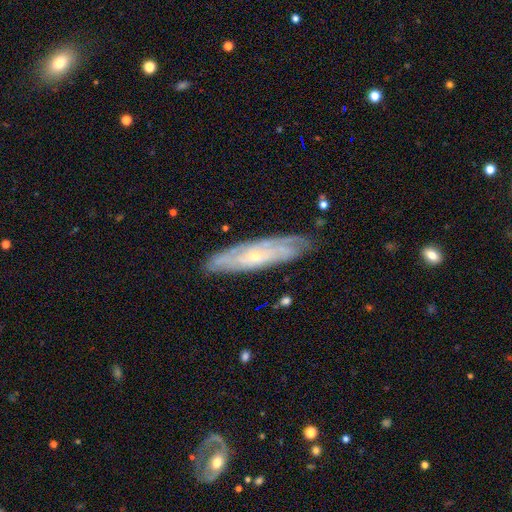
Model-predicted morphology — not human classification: The model was most divided on "edge-on disk": no: 70%, yes: 30%. More confident: spiral arms — yes (87%); merging — none (79%); smooth or featured — featured or disk (76%); bar — no (73%); bulge size — small (73%).